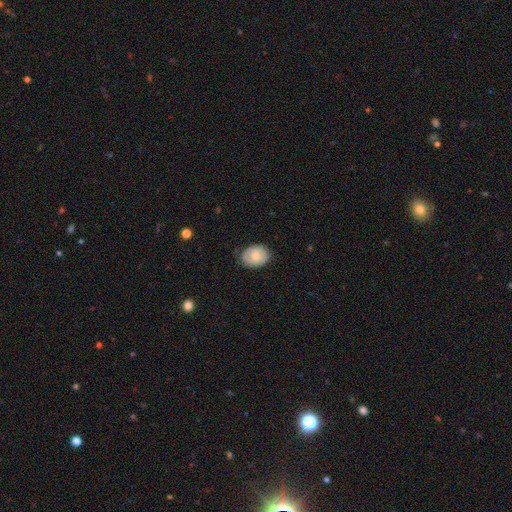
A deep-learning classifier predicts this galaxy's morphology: This appears to be a smooth galaxy with no disk features (71%) that is in between round and cigar-shaped (69%). Merging: none (77%).